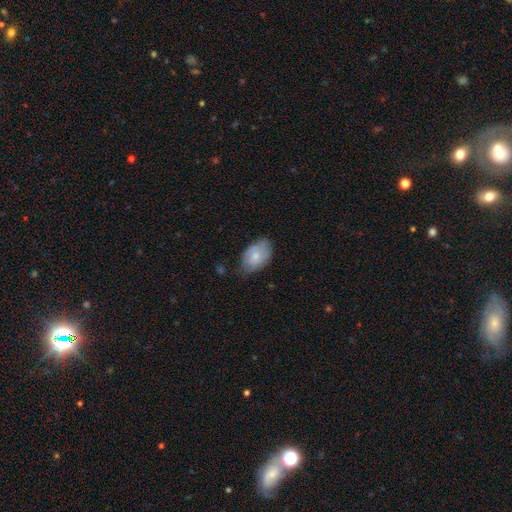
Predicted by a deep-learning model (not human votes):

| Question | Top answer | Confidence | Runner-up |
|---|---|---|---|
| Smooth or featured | smooth | 66% | featured or disk (28%) |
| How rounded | in between | 88% | round (11%) |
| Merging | none | 58% | minor disturbance (33%) |